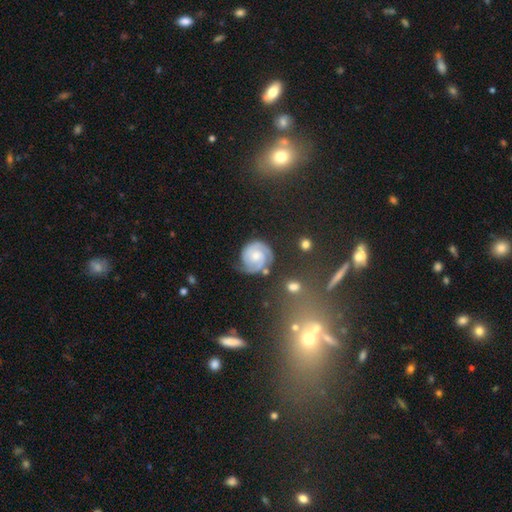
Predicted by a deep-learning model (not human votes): Overall: featured or disk (81%). Edge-on disk: no (98%). Bar: no (68%). Spiral arms: yes (96%). Spiral arm count: 2 (56%; 3 22%). Spiral winding: tight (69%). Bulge size: small (49%; moderate 43%). Merging: none (68%).